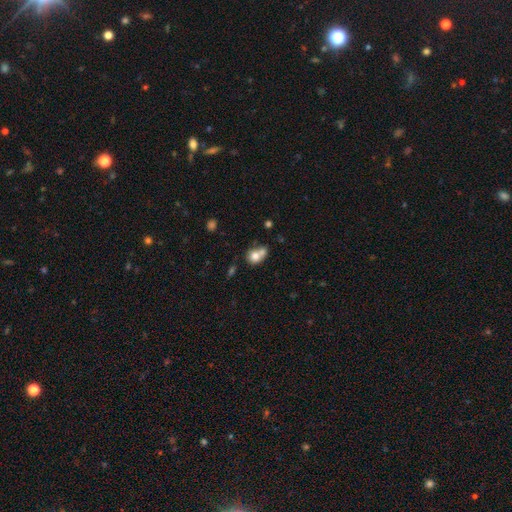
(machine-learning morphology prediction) Smooth or featured? smooth (74%)
How rounded? round (60%)
Merging? merger (50%)